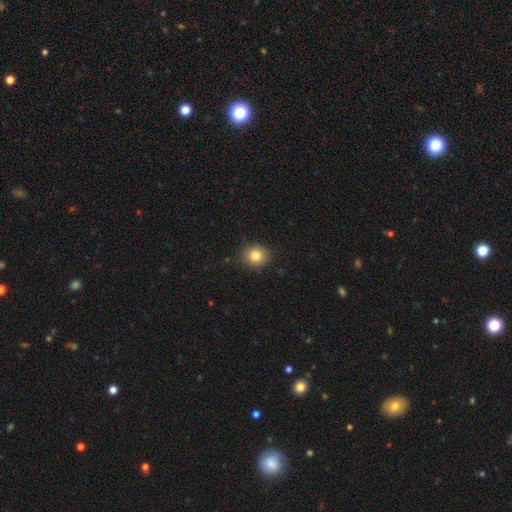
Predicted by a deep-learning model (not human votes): A smooth galaxy with no disk features (83%) that is round (80%).

Vote fractions:
- Smooth or featured? smooth: 83% / star or artifact: 10% / featured or disk: 7%
- How rounded? round: 80% / in between: 19% / cigar-shaped: 1%
- Merging? none: 87% / minor disturbance: 9% / major disturbance: 2% / merger: 1%